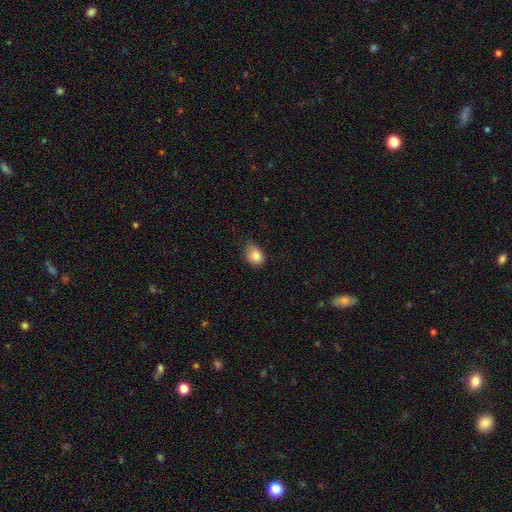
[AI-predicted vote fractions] smooth 85%, star or artifact 9%, featured or disk 6%. Down the decision tree: how rounded — in between (71%); merging — none (69%).